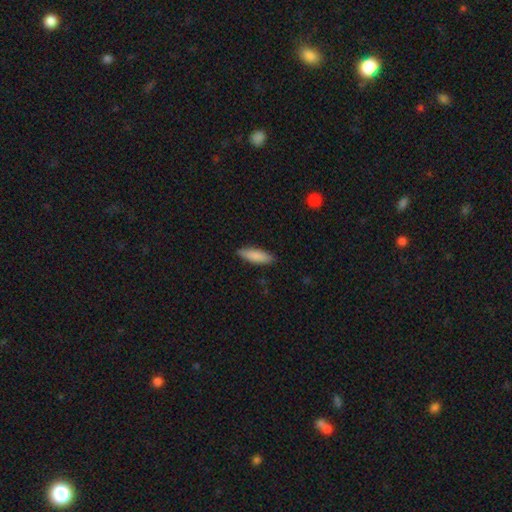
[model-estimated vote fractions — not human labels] Smooth or featured: smooth — 86% (featured or disk — 8%)
How rounded: cigar-shaped — 53% (in between — 46%)
Merging: none — 86% (minor disturbance — 11%)